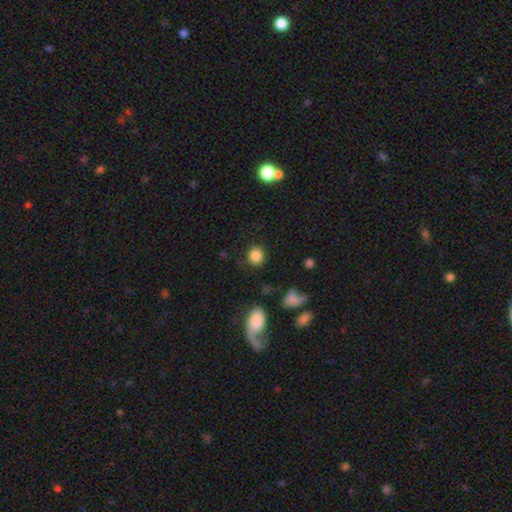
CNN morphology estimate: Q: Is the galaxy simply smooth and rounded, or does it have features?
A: smooth — 85%.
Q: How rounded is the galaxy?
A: round — 85%.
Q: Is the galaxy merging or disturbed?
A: none — 86%.